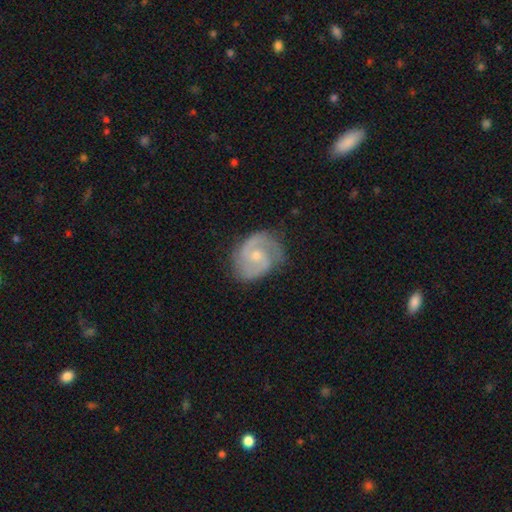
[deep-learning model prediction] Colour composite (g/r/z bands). It shows a featured or disk galaxy (87%) with no bar (57%), 2 (83%) medium (51%) spiral arms (97%) and a small central bulge (58%). Merging: none (75%).